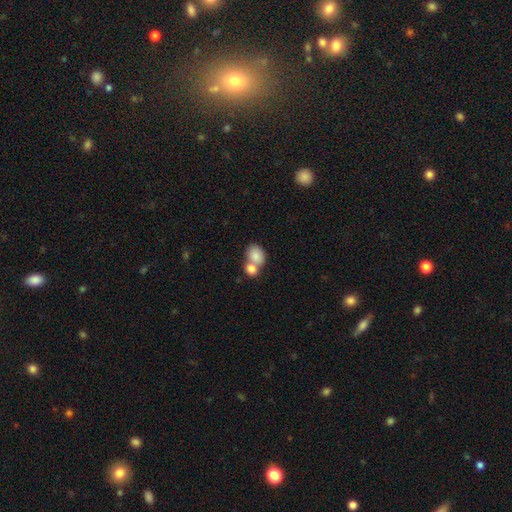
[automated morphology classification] smooth-or-featured: smooth: 83% | featured or disk: 10% | star or artifact: 7%
  how-rounded: in between: 62% | round: 36% | cigar-shaped: 1%
  merging: merger: 61% | none: 29% | minor disturbance: 8% | major disturbance: 3%